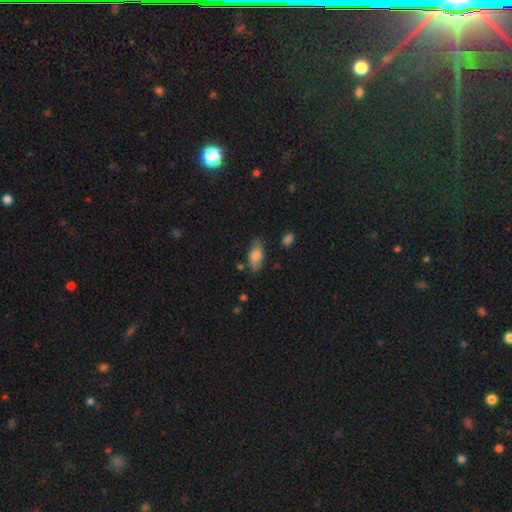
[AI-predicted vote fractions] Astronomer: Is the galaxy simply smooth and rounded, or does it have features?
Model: smooth — 66%.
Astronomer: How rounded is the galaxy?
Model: in between — 88%.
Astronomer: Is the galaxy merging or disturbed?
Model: none — 75%.